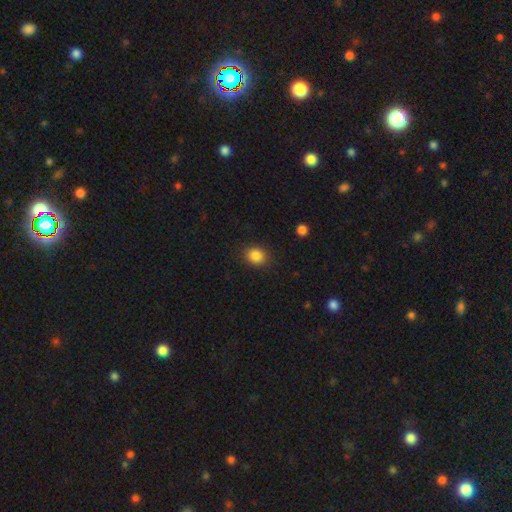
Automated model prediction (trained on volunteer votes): Smooth or featured? Predicted: smooth (p=0.86). How rounded? Predicted: round (p=0.58). Merging? Predicted: none (p=0.86).